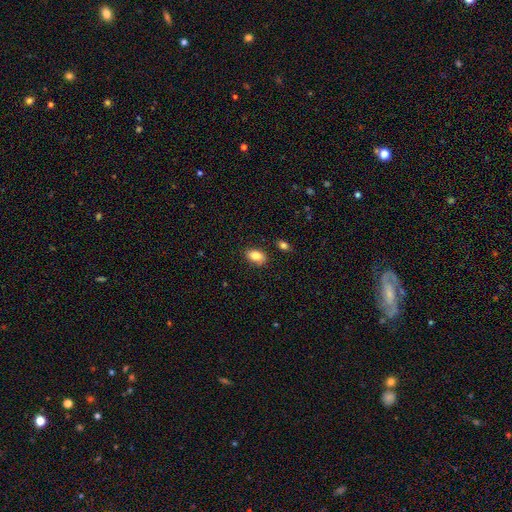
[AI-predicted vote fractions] Morphology: type=smooth (86%); roundness=in between (89%); merging=none (83%).